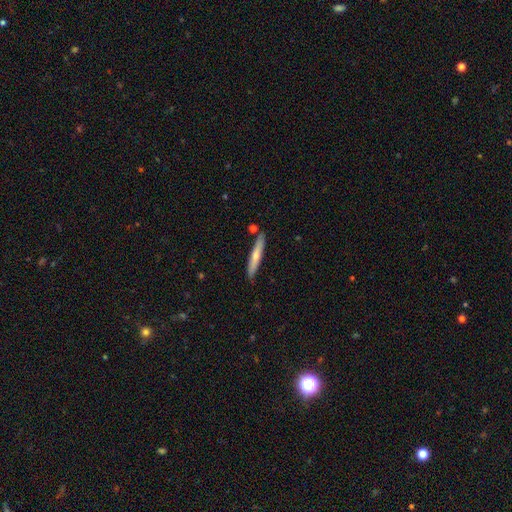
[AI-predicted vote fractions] smooth_or_featured: smooth (p=0.59) [alt: featured or disk p=0.36]
how_rounded: cigar-shaped (p=0.92) [alt: in between p=0.06]
merging: none (p=0.84) [alt: minor disturbance p=0.11]